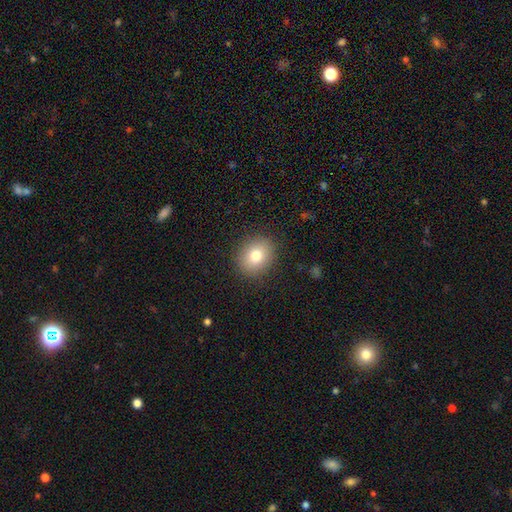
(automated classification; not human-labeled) This appears to be a smooth galaxy with no disk features (78%) that is round (67%). Merging: none (89%).